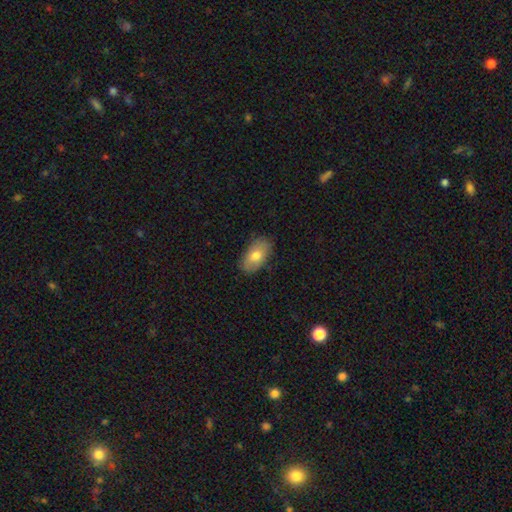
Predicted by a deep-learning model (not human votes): A smooth galaxy with no disk features (73%) that is in between round and cigar-shaped (93%).

Vote fractions:
- Smooth or featured? smooth: 73% / featured or disk: 20% / star or artifact: 7%
- How rounded? in between: 93% / round: 5% / cigar-shaped: 2%
- Merging? none: 82% / minor disturbance: 14% / major disturbance: 3% / merger: 1%